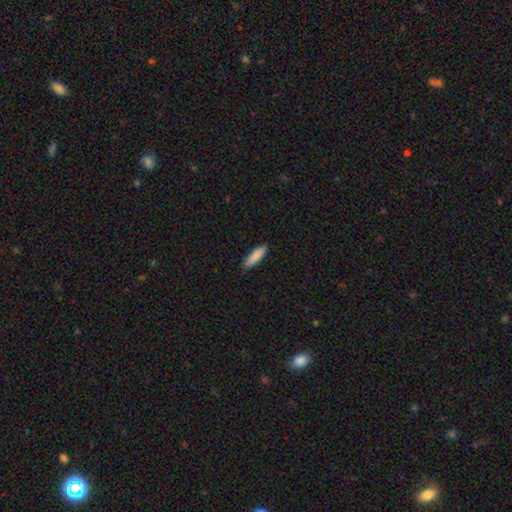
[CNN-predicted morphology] Smooth or featured: smooth — 87% (featured or disk — 7%)
How rounded: cigar-shaped — 62% (in between — 37%)
Merging: none — 88% (minor disturbance — 10%)